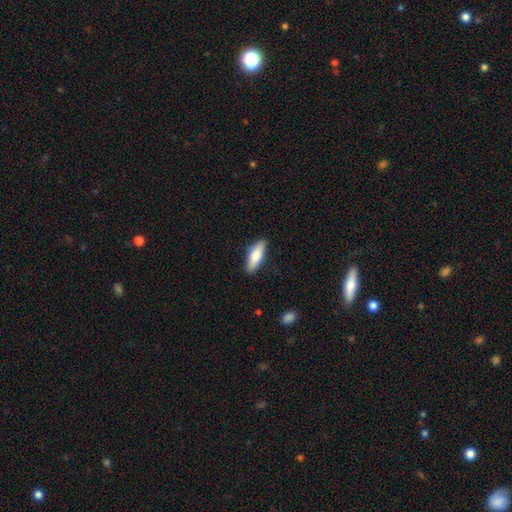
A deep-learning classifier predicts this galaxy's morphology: Q: Smooth or featured?
A: smooth (69%); runner-up: featured or disk (25%)
Q: How rounded?
A: in between (52%); runner-up: cigar-shaped (46%)
Q: Merging?
A: none (88%); runner-up: minor disturbance (9%)